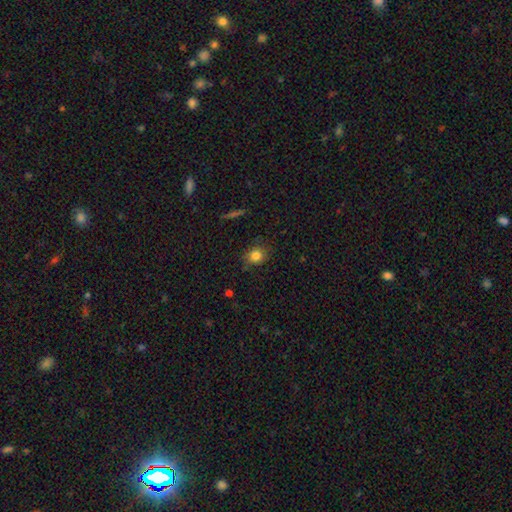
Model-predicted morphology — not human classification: smooth-or-featured: smooth: 82% | star or artifact: 11% | featured or disk: 7%
  how-rounded: round: 72% | in between: 26% | cigar-shaped: 1%
  merging: none: 80% | minor disturbance: 15% | major disturbance: 3% | merger: 2%